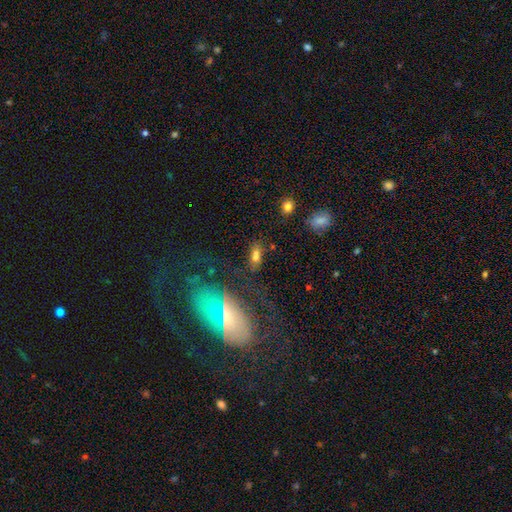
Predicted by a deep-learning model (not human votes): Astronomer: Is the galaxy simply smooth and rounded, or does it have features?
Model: smooth — 65%.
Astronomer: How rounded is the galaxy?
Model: in between — 78%.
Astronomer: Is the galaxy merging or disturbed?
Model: none — 53%.